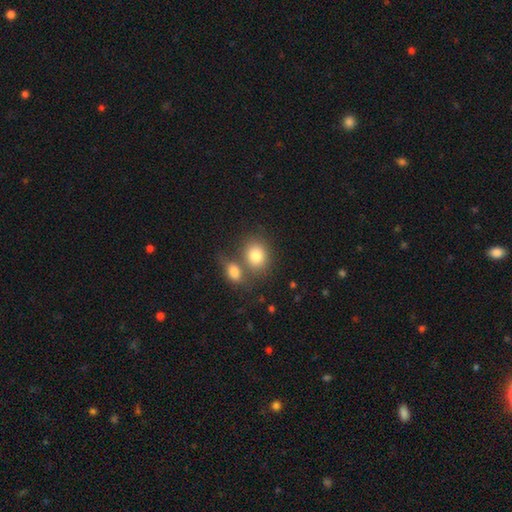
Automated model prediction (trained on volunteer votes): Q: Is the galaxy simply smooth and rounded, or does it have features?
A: smooth — 81%.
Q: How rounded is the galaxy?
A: round — 57%.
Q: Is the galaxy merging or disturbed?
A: none — 45%.